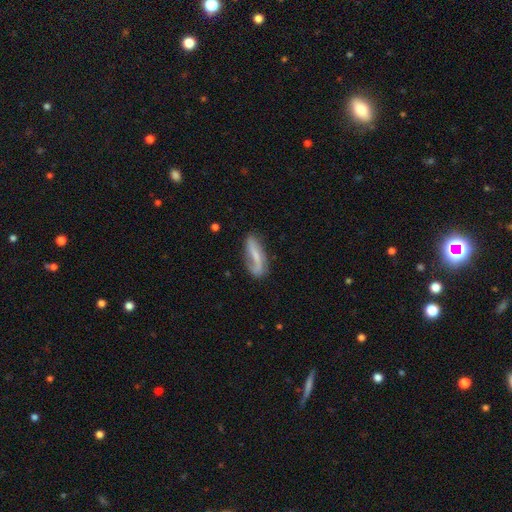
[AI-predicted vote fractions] A featured or disk galaxy (51%).

Vote fractions:
- Smooth or featured? featured or disk: 51% / smooth: 42% / star or artifact: 7%
- Edge-on disk? no: 79% / yes: 21%
- Merging? none: 61% / minor disturbance: 25% / major disturbance: 10% / merger: 3%